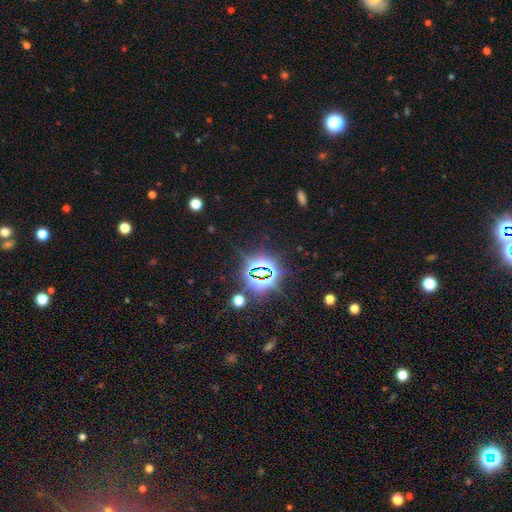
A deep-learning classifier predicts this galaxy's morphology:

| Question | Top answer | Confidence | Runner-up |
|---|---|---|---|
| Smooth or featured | star or artifact | 81% | smooth (12%) |